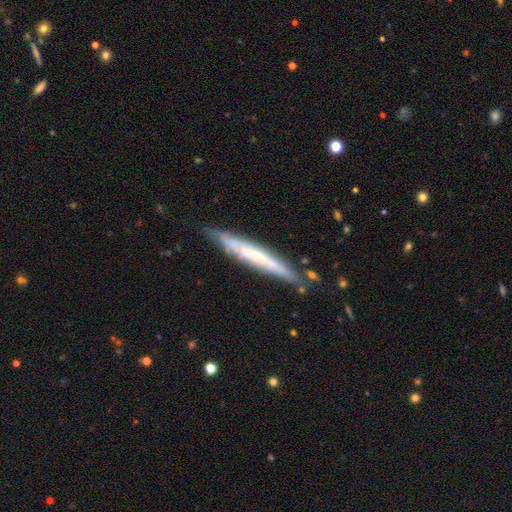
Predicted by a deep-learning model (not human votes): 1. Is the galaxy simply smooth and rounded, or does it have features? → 57% featured or disk, 36% smooth, 6% star or artifact.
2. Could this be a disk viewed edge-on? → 85% yes, 15% no.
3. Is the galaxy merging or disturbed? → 78% none, 17% minor disturbance, 3% major disturbance, 3% merger.